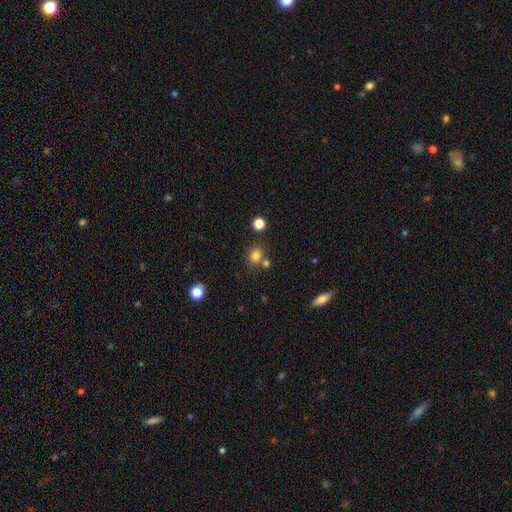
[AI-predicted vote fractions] This is likely a smooth galaxy (79%). How rounded: likely round (68%). Merging: likely none (69%).